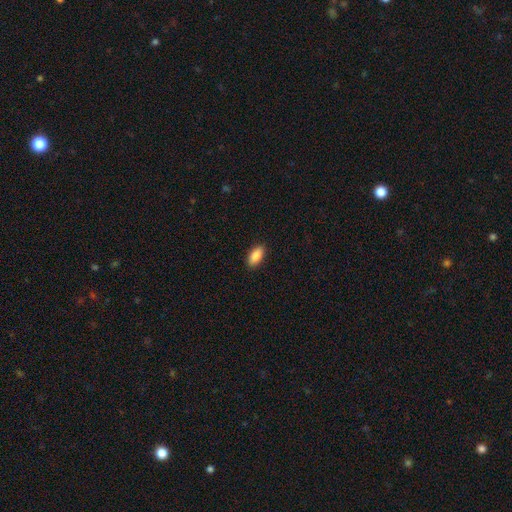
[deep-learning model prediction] Overall: smooth (89%). How rounded: in between (91%). Merging: none (90%).